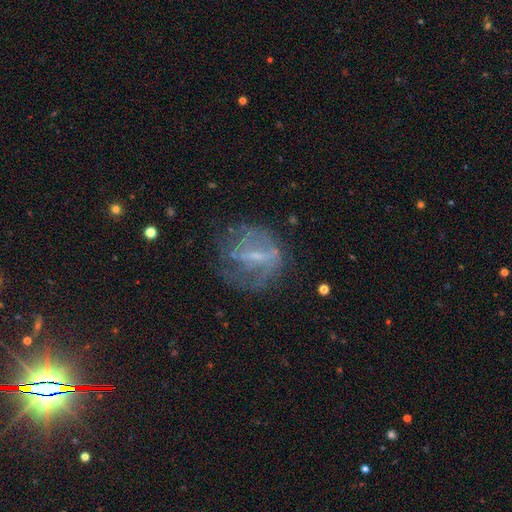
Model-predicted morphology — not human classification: The model was most divided on "spiral arms": yes: 58%, no: 42%. Remaining: edge-on disk — no (95%); smooth or featured — featured or disk (68%); bulge size — small (57%); merging — none (54%); bar — weak (48%).